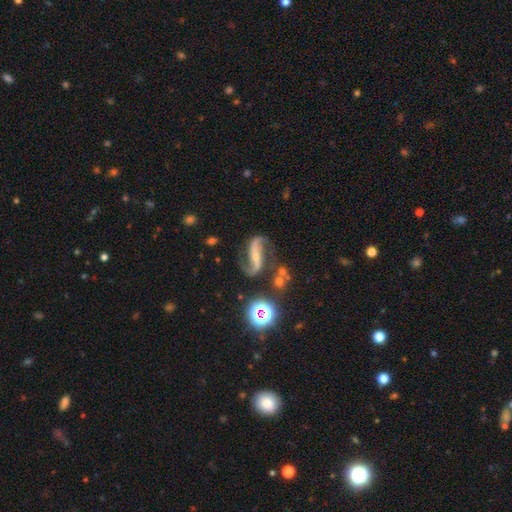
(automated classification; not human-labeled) smooth_or_featured: featured or disk (p=0.86) [alt: star or artifact p=0.09]
disk_edge_on: no (p=0.96) [alt: yes p=0.04]
bar: strong (p=0.48) [alt: weak p=0.27]
has_spiral_arms: yes (p=0.97) [alt: no p=0.03]
spiral_winding: loose (p=0.68) [alt: medium p=0.25]
spiral_arm_count: 2 (p=0.93) [alt: 1 p=0.02]
bulge_size: small (p=0.61) [alt: moderate p=0.27]
merging: none (p=0.69) [alt: minor disturbance p=0.15]